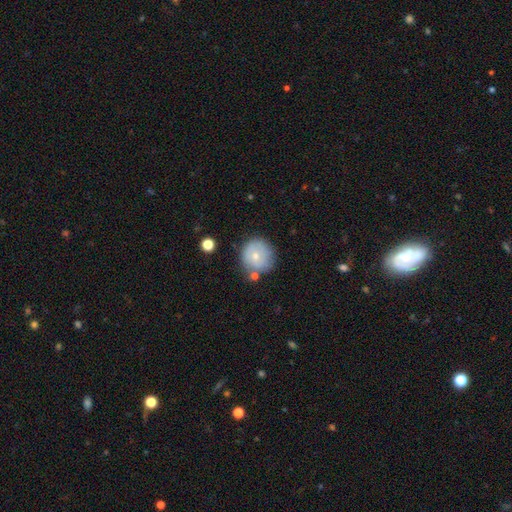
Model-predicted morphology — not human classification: This appears to be a smooth galaxy with no disk features (65%) that is round (91%). Merging: none (69%).